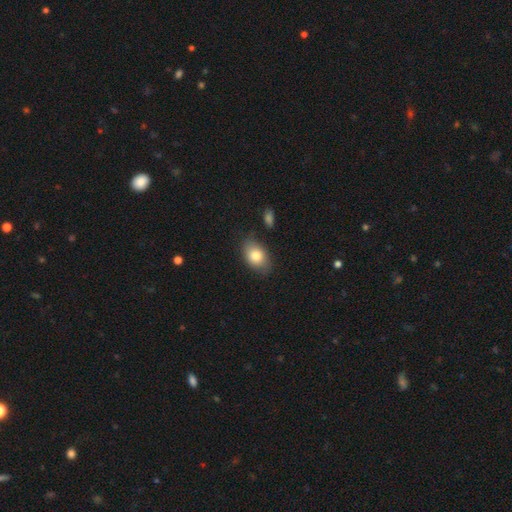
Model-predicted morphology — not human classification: smooth 80%, featured or disk 12%, star or artifact 8%. Down the decision tree: how rounded — in between (85%); merging — none (80%).